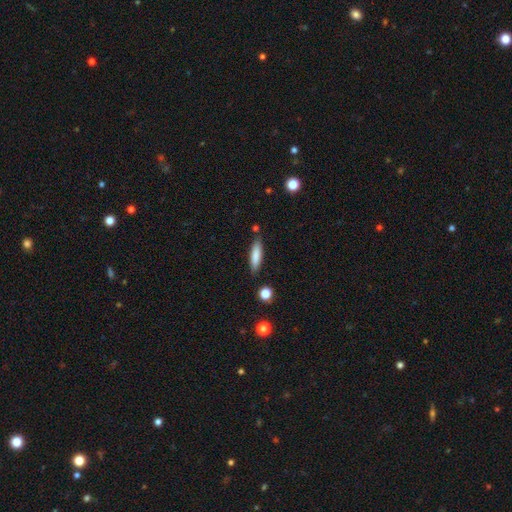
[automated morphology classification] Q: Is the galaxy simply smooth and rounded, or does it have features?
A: smooth — 82%.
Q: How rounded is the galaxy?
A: cigar-shaped — 74%.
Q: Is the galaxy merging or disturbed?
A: none — 83%.